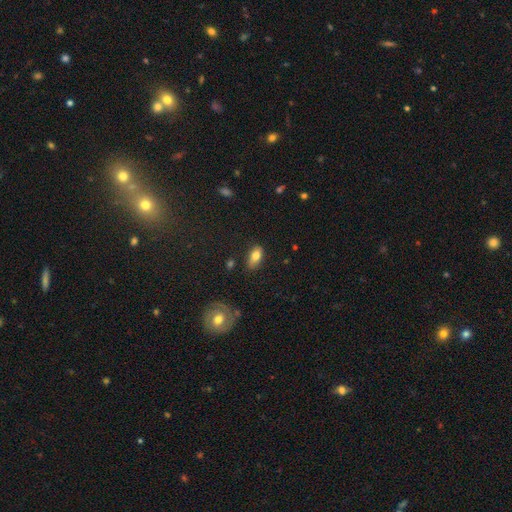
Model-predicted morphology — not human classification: Smooth or featured: smooth — 77% (featured or disk — 15%)
How rounded: in between — 88% (cigar-shaped — 7%)
Merging: none — 77% (minor disturbance — 17%)